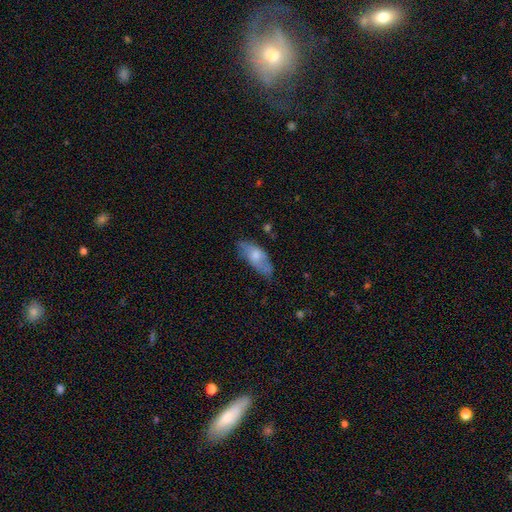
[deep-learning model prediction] smooth 67%, featured or disk 27%, star or artifact 6%. Down the decision tree: how rounded — in between (82%); merging — none (58%).